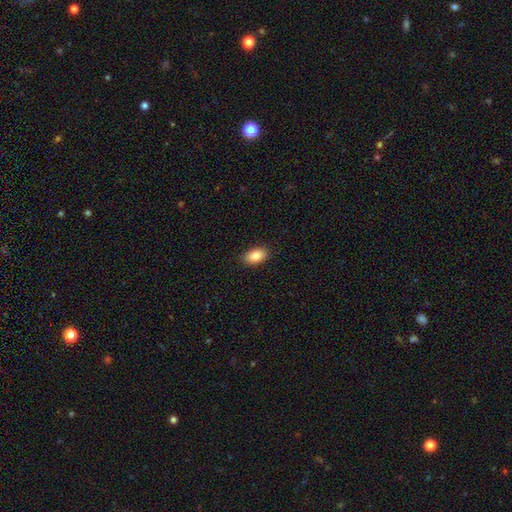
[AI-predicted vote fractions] This is clearly a smooth galaxy (85%). How rounded: clearly in between (92%). Merging: clearly none (89%).